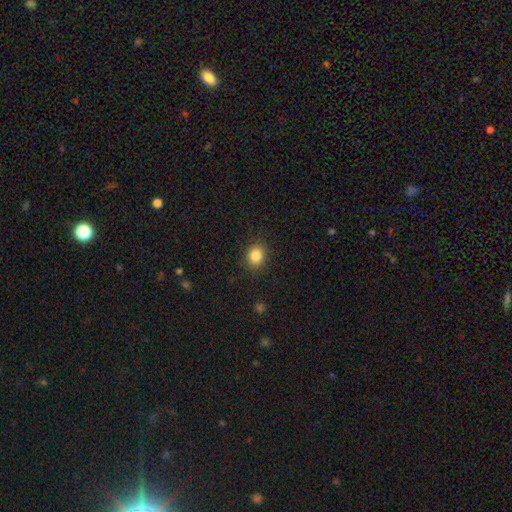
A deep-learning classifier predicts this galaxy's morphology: The model was most divided on "how rounded": round: 68%, in between: 31%, cigar-shaped: 1%. More confident: merging — none (87%); smooth or featured — smooth (85%).